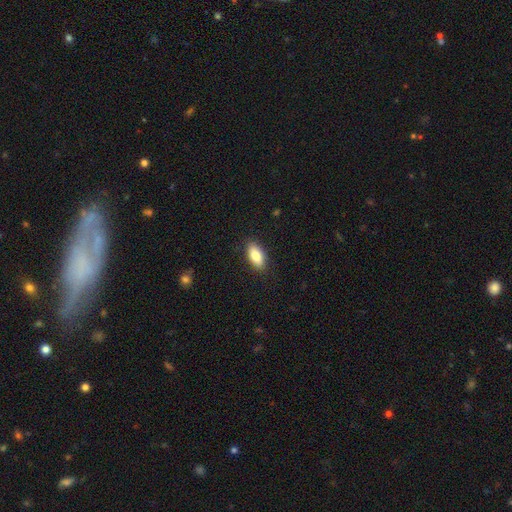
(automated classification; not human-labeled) A smooth galaxy with no disk features (84%) that is in between round and cigar-shaped (87%). Merging: none (87%).